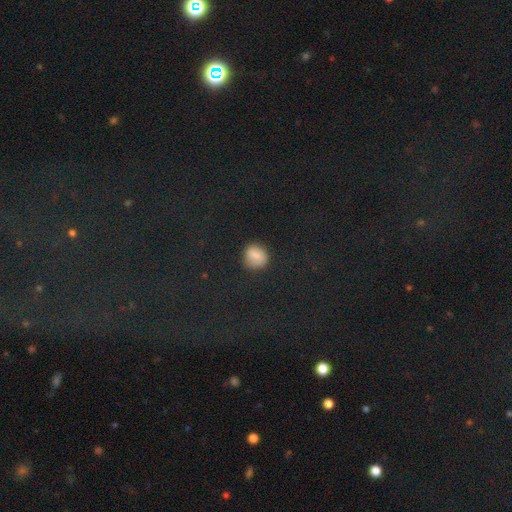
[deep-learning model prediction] Smooth or featured: smooth — 72% (star or artifact — 19%)
How rounded: round — 70% (in between — 27%)
Merging: none — 81% (minor disturbance — 13%)